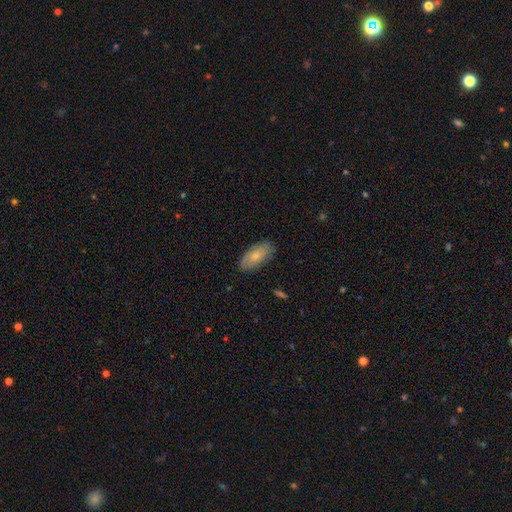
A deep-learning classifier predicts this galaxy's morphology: Smooth or featured?
  - smooth: 74% *
  - featured or disk: 20%
  - star or artifact: 6%
How rounded?
  - in between: 91% *
  - cigar-shaped: 7%
  - round: 2%
Merging?
  - none: 84% *
  - minor disturbance: 13%
  - major disturbance: 2%
  - merger: 1%